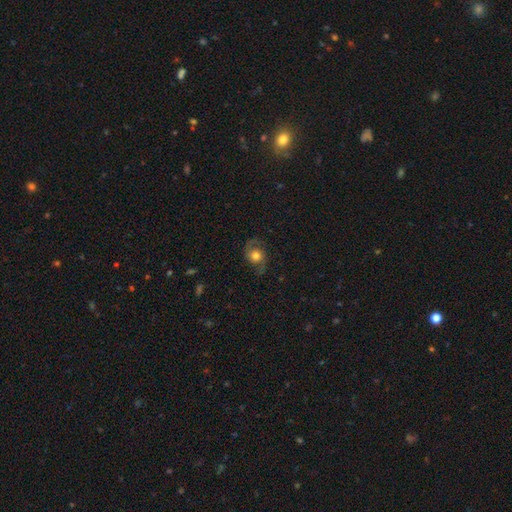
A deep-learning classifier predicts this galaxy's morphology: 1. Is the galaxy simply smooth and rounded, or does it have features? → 59% featured or disk, 32% smooth, 9% star or artifact.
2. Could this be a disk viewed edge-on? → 96% no, 4% yes.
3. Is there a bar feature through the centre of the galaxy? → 75% no, 20% weak, 5% strong.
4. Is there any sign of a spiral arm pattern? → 86% yes, 14% no.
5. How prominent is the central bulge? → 56% moderate, 29% large, 9% small, 4% dominant, 2% none.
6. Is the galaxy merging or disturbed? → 72% none, 16% minor disturbance, 11% major disturbance, 1% merger.